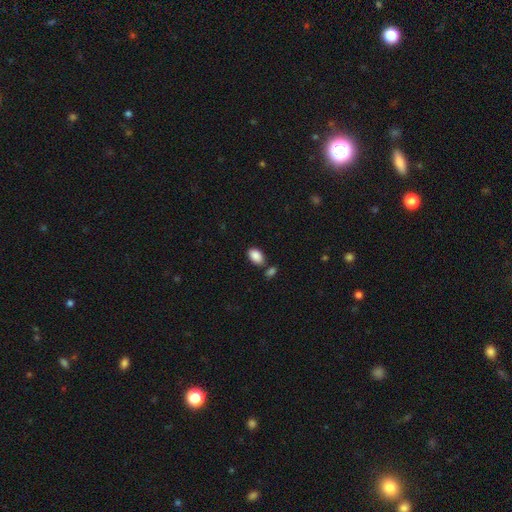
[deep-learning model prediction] Smooth or featured? smooth (89%)
How rounded? in between (91%)
Merging? none (70%)